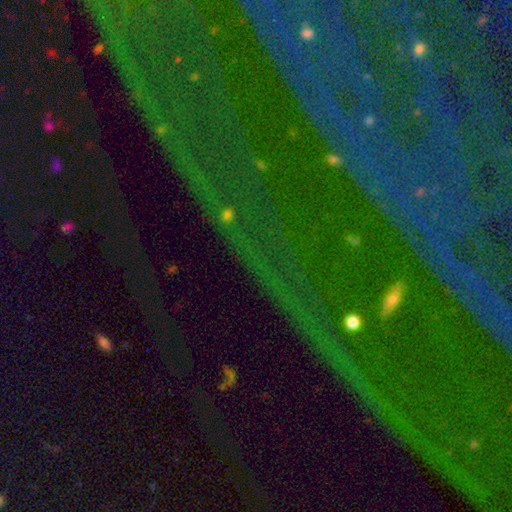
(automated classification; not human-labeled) Smooth or featured: star or artifact — 78% (featured or disk — 13%)